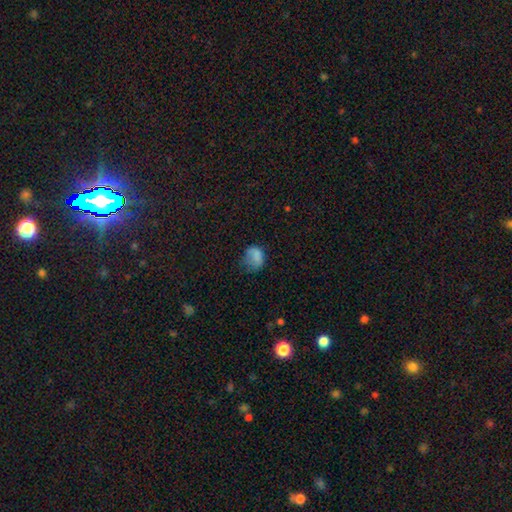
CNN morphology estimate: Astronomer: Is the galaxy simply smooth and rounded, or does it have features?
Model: smooth — 73%.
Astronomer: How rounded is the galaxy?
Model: in between — 58% (runner-up: round, 41%).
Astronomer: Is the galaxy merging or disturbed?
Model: none — 35% (runner-up: minor disturbance, 32%).